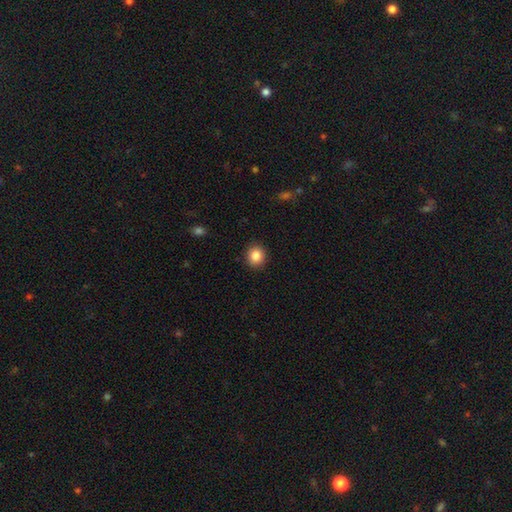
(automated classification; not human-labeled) This is clearly a smooth galaxy (86%). How rounded: clearly round (85%). Merging: clearly none (91%).